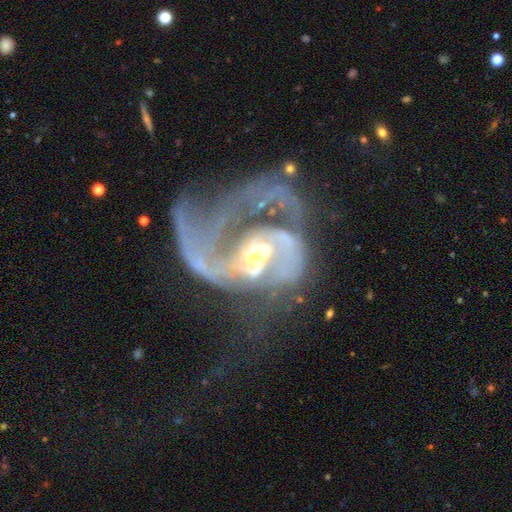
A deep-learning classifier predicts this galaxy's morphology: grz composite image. It shows a featured or disk galaxy (88%) with no bar (49%), 2 (50%) medium (42%) spiral arms (89%) and a moderate central bulge (56%). Merging: major disturbance (54%).